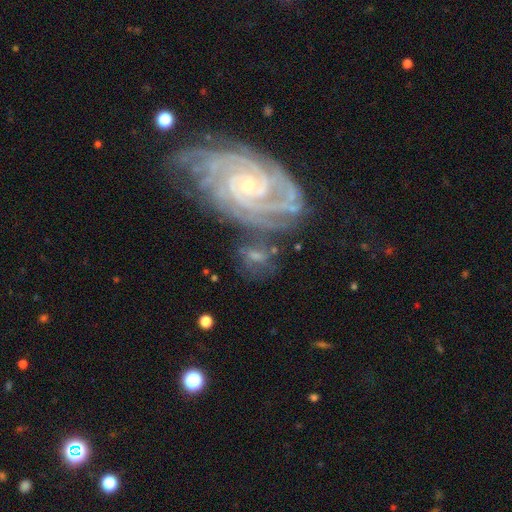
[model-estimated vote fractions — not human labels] Smooth or featured?
  - featured or disk: 82% *
  - smooth: 10%
  - star or artifact: 8%
Edge-on disk?
  - no: 96% *
  - yes: 4%
Bar?
  - no: 58% *
  - weak: 26%
  - strong: 15%
Spiral arms?
  - yes: 96% *
  - no: 4%
Spiral winding?
  - tight: 74% *
  - medium: 22%
  - loose: 4%
Spiral arm count?
  - 2: 29% *
  - 3: 25%
  - can't tell: 20%
  - 4: 13%
  - more than 4: 7%
  - 1: 6%
Bulge size?
  - small: 74% *
  - moderate: 21%
  - none: 2%
  - large: 2%
  - dominant: 1%
Merging?
  - none: 56% *
  - minor disturbance: 19%
  - merger: 15%
  - major disturbance: 10%